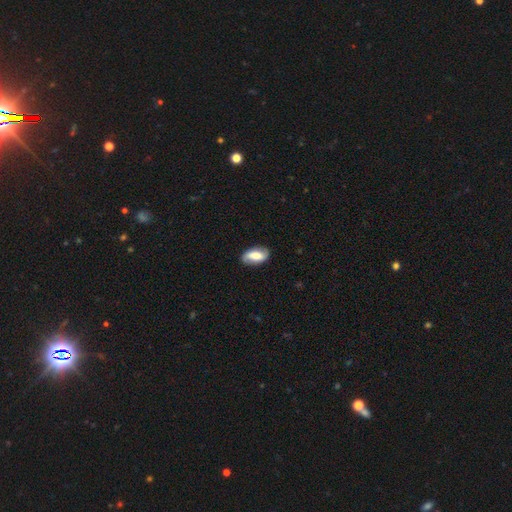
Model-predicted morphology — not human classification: Q: Smooth or featured?
A: featured or disk (48%); runner-up: smooth (45%)
Q: Merging?
A: none (83%); runner-up: minor disturbance (13%)